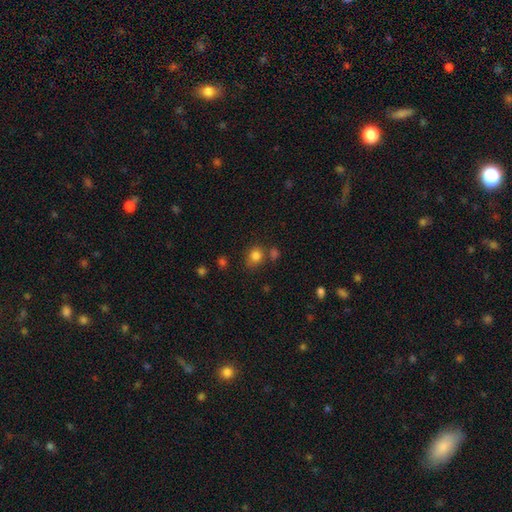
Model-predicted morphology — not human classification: Smooth or featured?
  - smooth: 82% *
  - star or artifact: 12%
  - featured or disk: 6%
How rounded?
  - round: 70% *
  - in between: 29%
  - cigar-shaped: 1%
Merging?
  - none: 65% *
  - minor disturbance: 16%
  - merger: 14%
  - major disturbance: 6%